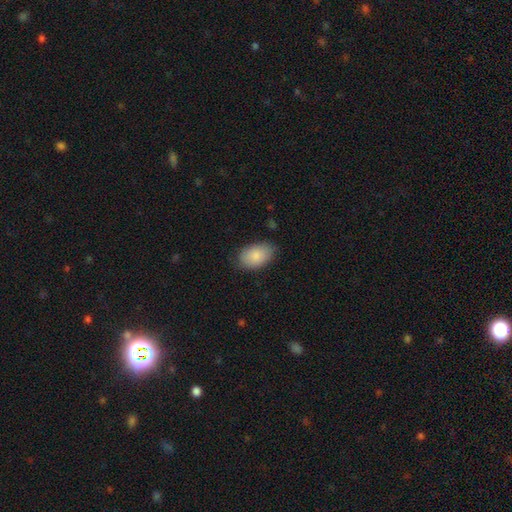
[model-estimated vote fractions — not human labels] This is clearly a smooth galaxy (86%). How rounded: clearly in between (92%). Merging: likely none (77%).